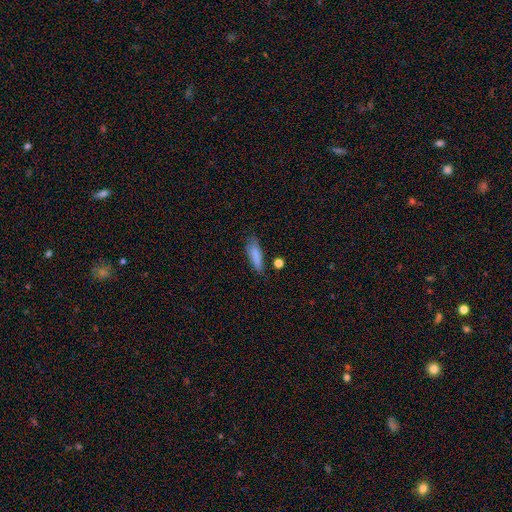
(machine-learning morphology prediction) type=smooth (82%); roundness=cigar-shaped (51%); merging=none (63%).